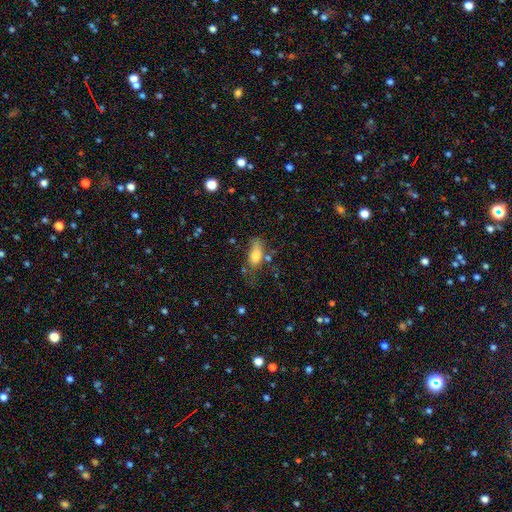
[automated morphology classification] Smooth or featured: smooth — 76% (featured or disk — 16%)
How rounded: in between — 80% (cigar-shaped — 16%)
Merging: none — 47% (minor disturbance — 29%)